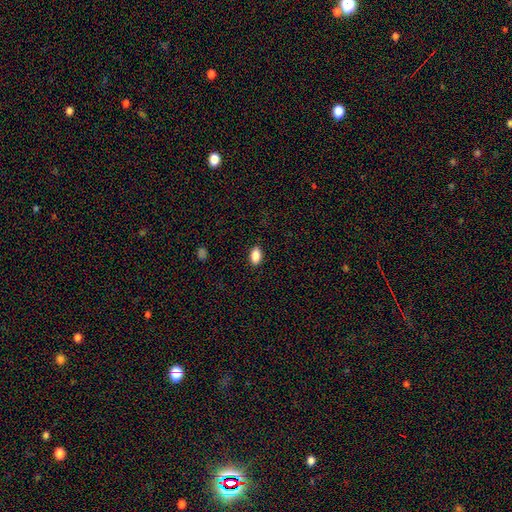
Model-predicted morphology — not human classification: The model was most divided on "smooth or featured": smooth: 88%, star or artifact: 8%, featured or disk: 4%. More confident: how rounded — in between (91%); merging — none (88%).